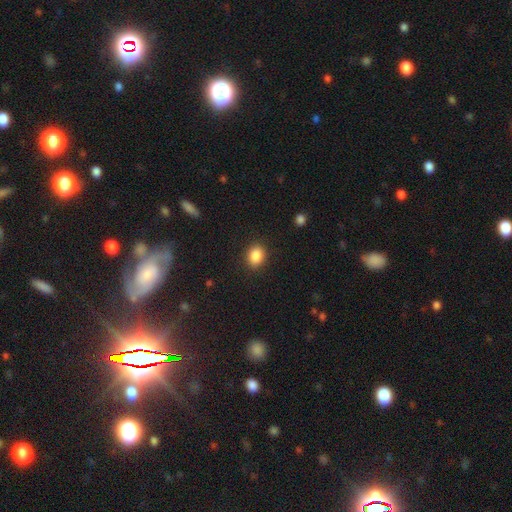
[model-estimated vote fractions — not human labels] Overall: smooth (88%). How rounded: in between (56%; round 43%). Merging: none (88%).